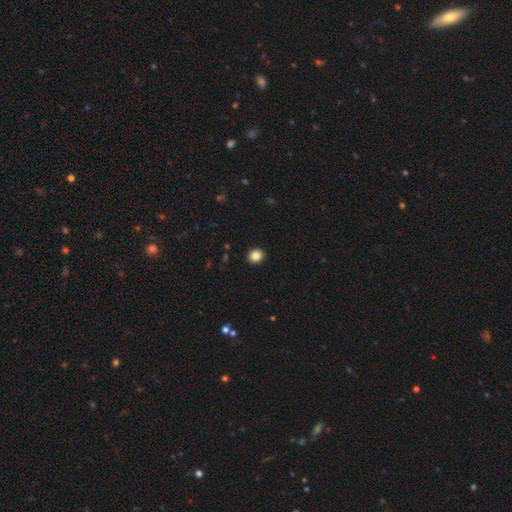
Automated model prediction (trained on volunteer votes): Smooth or featured: smooth — 85% (star or artifact — 10%)
How rounded: round — 79% (in between — 20%)
Merging: none — 93% (minor disturbance — 5%)